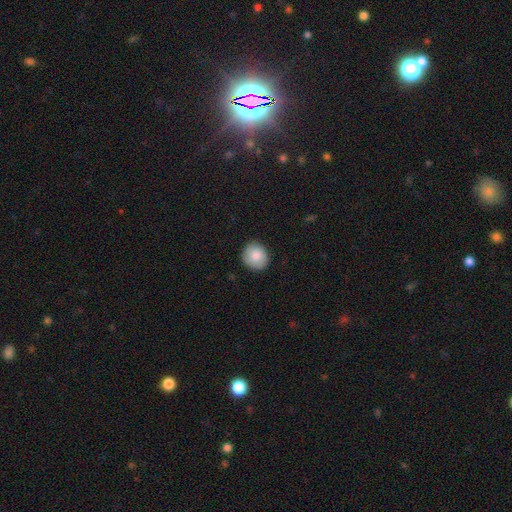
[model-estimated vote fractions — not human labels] smooth 86%, star or artifact 7%, featured or disk 6%. Down the decision tree: how rounded — round (82%); merging — none (87%).